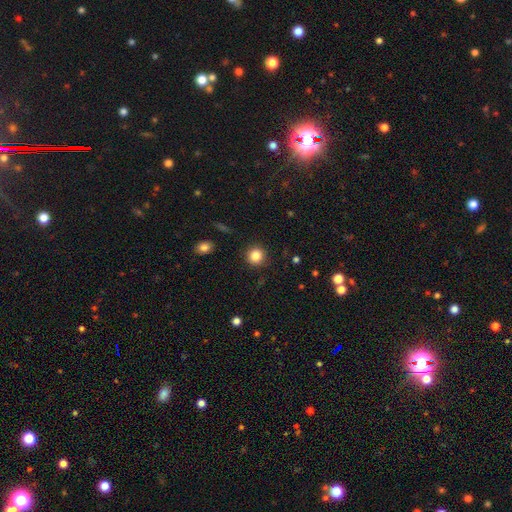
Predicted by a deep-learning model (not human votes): smooth-or-featured: smooth: 84% | star or artifact: 11% | featured or disk: 5%
  how-rounded: round: 92% | in between: 7% | cigar-shaped: 1%
  merging: none: 90% | minor disturbance: 6% | major disturbance: 2% | merger: 1%